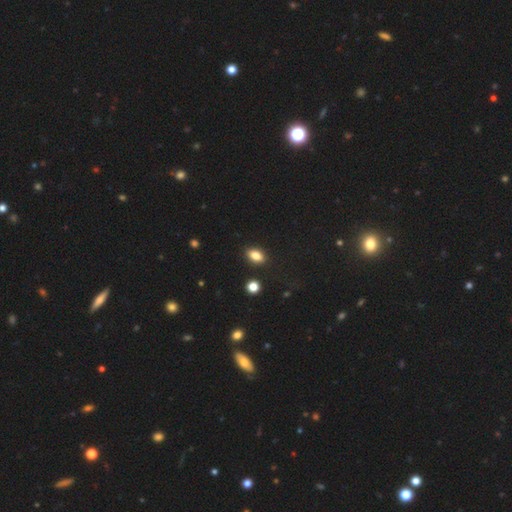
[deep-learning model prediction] The model was most divided on "smooth or featured": smooth: 84%, star or artifact: 10%, featured or disk: 6%. More confident: merging — none (87%); how rounded — in between (86%).